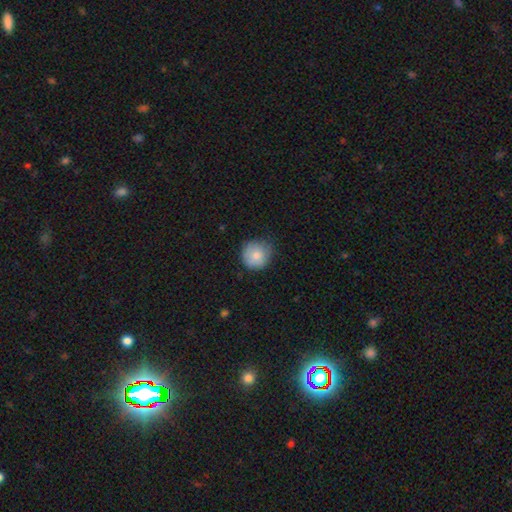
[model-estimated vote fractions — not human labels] smooth 81%, featured or disk 11%, star or artifact 8%. Down the decision tree: how rounded — round (91%); merging — none (70%).